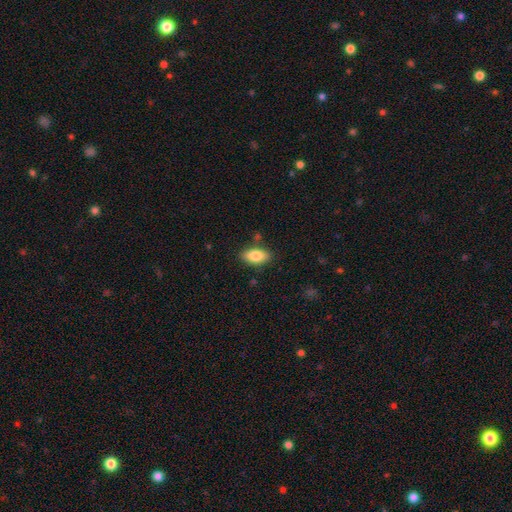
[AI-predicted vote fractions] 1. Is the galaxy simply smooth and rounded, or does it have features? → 83% smooth, 10% featured or disk, 7% star or artifact.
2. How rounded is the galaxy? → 89% in between, 7% cigar-shaped, 4% round.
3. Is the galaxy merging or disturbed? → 83% none, 11% minor disturbance, 3% merger, 3% major disturbance.